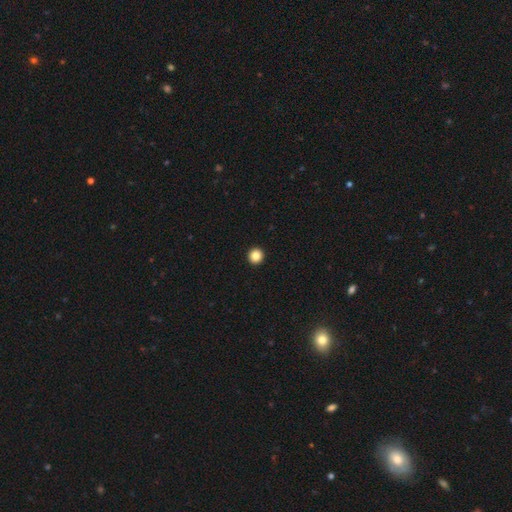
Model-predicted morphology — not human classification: Smooth or featured: smooth — 86% (star or artifact — 10%)
How rounded: round — 96% (in between — 3%)
Merging: none — 95% (minor disturbance — 3%)